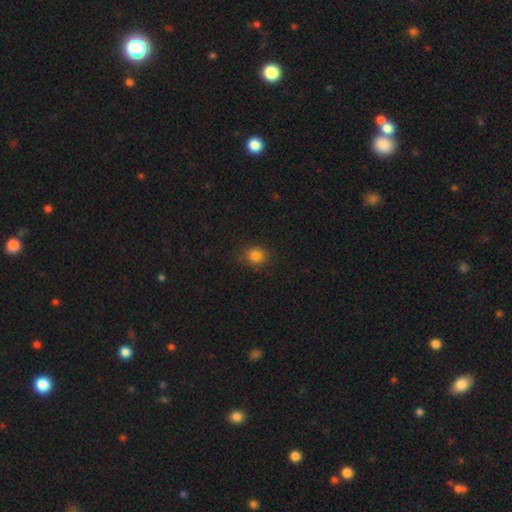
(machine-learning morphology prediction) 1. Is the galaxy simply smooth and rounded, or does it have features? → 82% smooth, 13% star or artifact, 5% featured or disk.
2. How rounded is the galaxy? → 73% round, 26% in between, 1% cigar-shaped.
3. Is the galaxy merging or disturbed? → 83% none, 12% minor disturbance, 3% major disturbance, 1% merger.